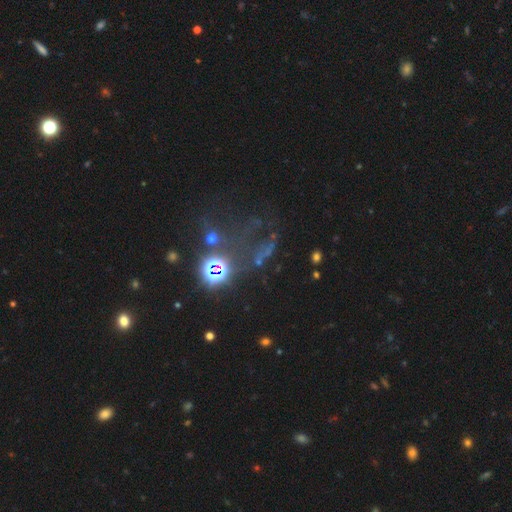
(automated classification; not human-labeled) A star or artifact, not a galaxy (64%).